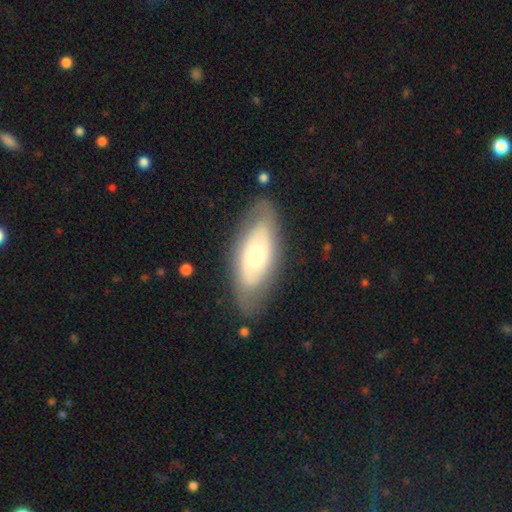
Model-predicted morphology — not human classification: smooth-or-featured: featured or disk: 52% | smooth: 42% | star or artifact: 6%
  disk-edge-on: no: 84% | yes: 16%
  merging: none: 78% | minor disturbance: 15% | major disturbance: 6% | merger: 2%